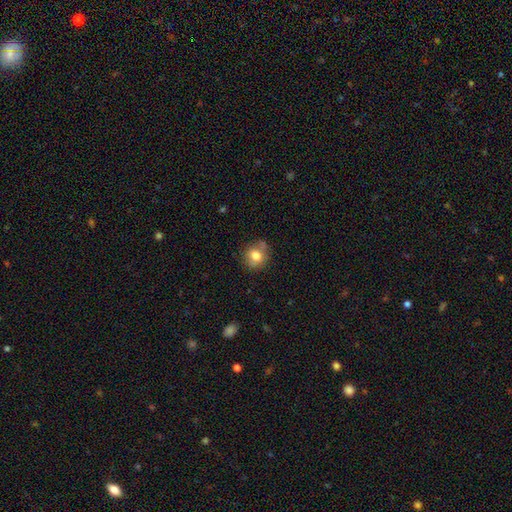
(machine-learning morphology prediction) Smooth or featured: smooth — 77% (featured or disk — 13%)
How rounded: round — 81% (in between — 18%)
Merging: none — 72% (minor disturbance — 19%)